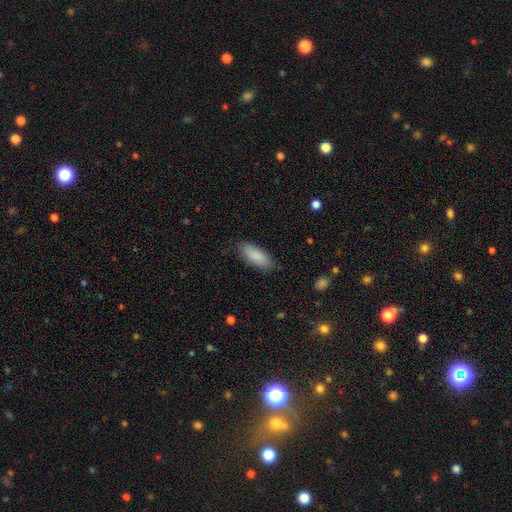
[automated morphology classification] smooth-or-featured: smooth: 86% | featured or disk: 8% | star or artifact: 6%
  how-rounded: in between: 81% | cigar-shaped: 17% | round: 2%
  merging: none: 82% | minor disturbance: 14% | major disturbance: 3% | merger: 1%